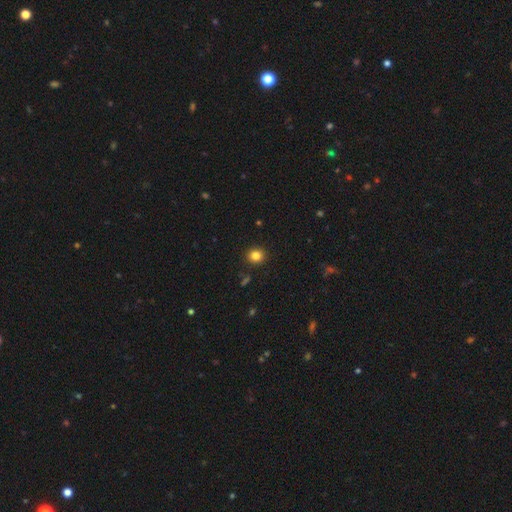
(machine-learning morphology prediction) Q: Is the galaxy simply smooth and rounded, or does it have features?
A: smooth — 83%.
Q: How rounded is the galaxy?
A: round — 83%.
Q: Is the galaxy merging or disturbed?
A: none — 91%.